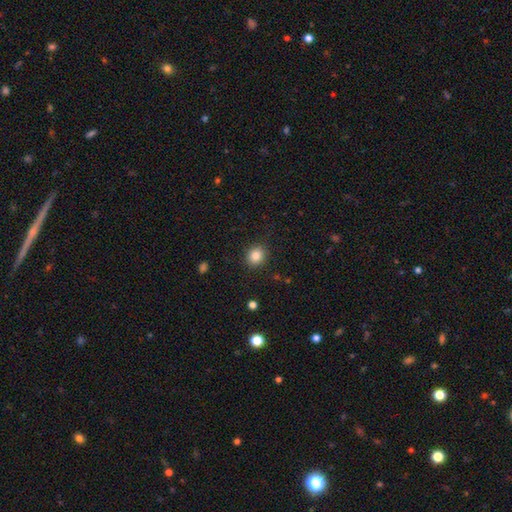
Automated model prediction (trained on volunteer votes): Smooth or featured? smooth (85%)
How rounded? round (76%)
Merging? none (89%)